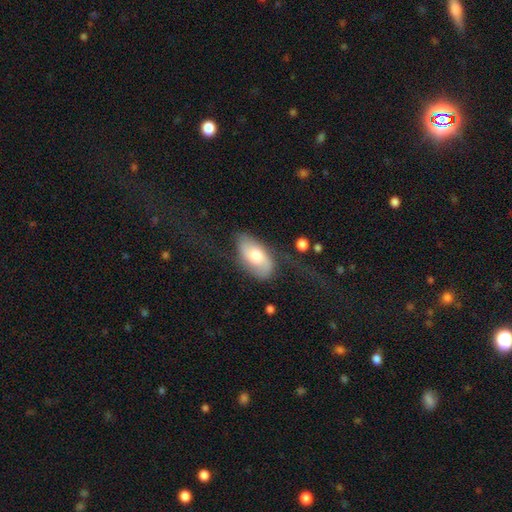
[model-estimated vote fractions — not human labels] Smooth or featured?
  - smooth: 54% *
  - featured or disk: 39%
  - star or artifact: 6%
How rounded?
  - in between: 92% *
  - cigar-shaped: 4%
  - round: 4%
Merging?
  - none: 55% *
  - minor disturbance: 22%
  - major disturbance: 20%
  - merger: 3%